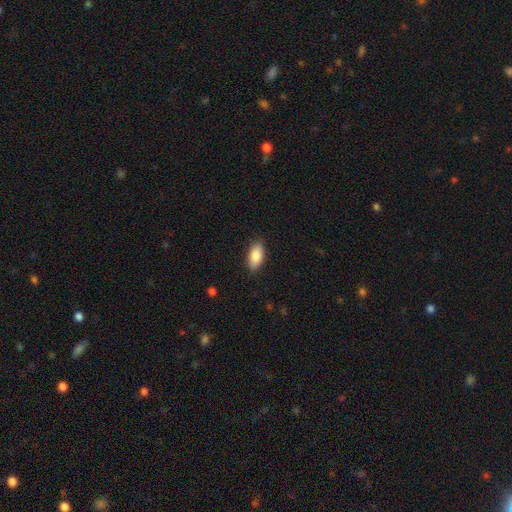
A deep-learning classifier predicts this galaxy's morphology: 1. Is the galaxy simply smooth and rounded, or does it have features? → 86% smooth, 7% featured or disk, 6% star or artifact.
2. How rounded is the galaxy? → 90% in between, 7% cigar-shaped, 2% round.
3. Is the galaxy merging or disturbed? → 87% none, 10% minor disturbance, 2% major disturbance, 1% merger.